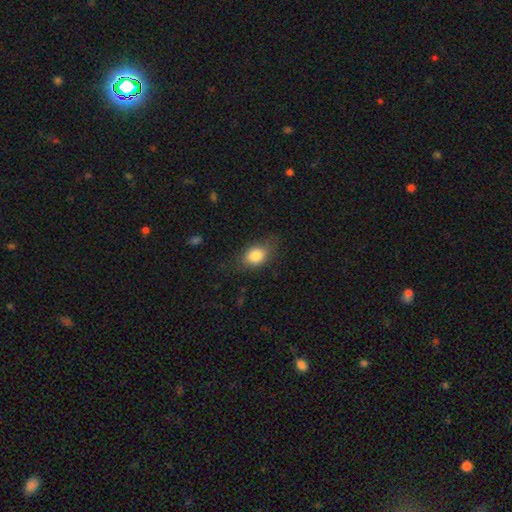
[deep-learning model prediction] smooth_or_featured: smooth (p=0.82) [alt: featured or disk p=0.09]
how_rounded: in between (p=0.70) [alt: round p=0.28]
merging: none (p=0.68) [alt: minor disturbance p=0.23]